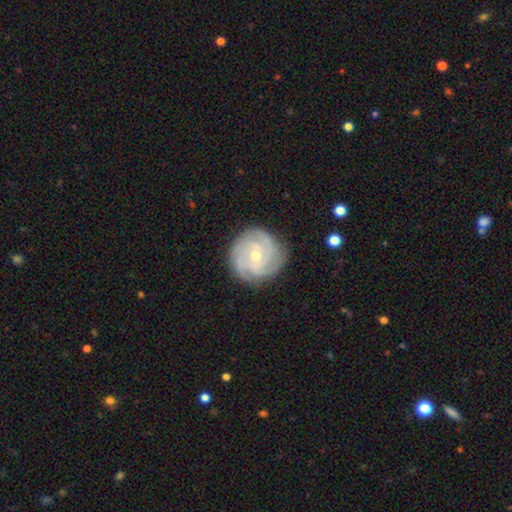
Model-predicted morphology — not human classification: type=featured or disk (86%); edge-on=no (98%); bar=no (62%); spiral arms=yes (98%); winding=tight (74%); arm count=3 (36%); bulge=small (58%); merging=none (84%).